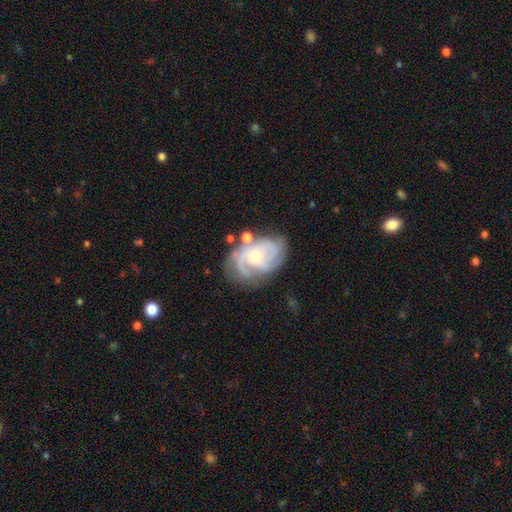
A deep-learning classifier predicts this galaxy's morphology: smooth-or-featured: featured or disk: 84% | smooth: 10% | star or artifact: 5%
  disk-edge-on: no: 97% | yes: 3%
    bar: no: 67% | weak: 27% | strong: 5%
    has-spiral-arms: yes: 95% | no: 5%
      spiral-winding: tight: 58% | medium: 34% | loose: 8%
      spiral-arm-count: 3: 37% | 2: 22% | can't tell: 22% | 4: 10% | 1: 5% | more than 4: 4%
    bulge-size: small: 50% | moderate: 46% | large: 2% | none: 1% | dominant: 1%
  merging: none: 64% | minor disturbance: 21% | major disturbance: 9% | merger: 6%